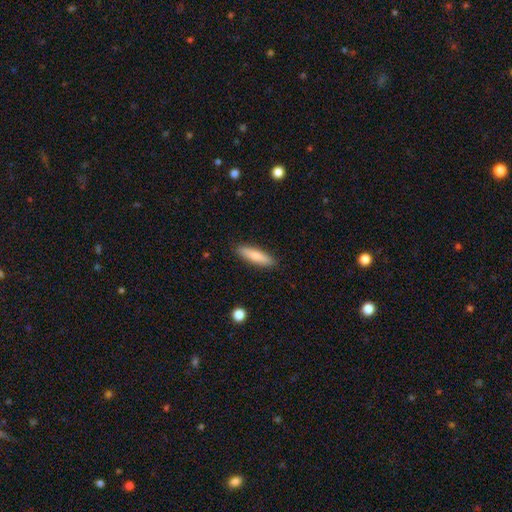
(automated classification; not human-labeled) A smooth galaxy with no disk features (79%) that is cigar-shaped (75%).

Vote fractions:
- Smooth or featured? smooth: 79% / featured or disk: 15% / star or artifact: 6%
- How rounded? cigar-shaped: 75% / in between: 23% / round: 2%
- Merging? none: 89% / minor disturbance: 8% / major disturbance: 2% / merger: 1%